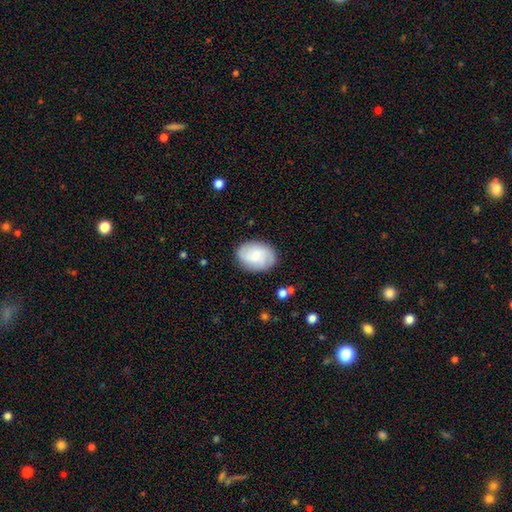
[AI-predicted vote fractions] Overall: smooth (53%; featured or disk 40%). How rounded: in between (75%). Merging: none (83%).